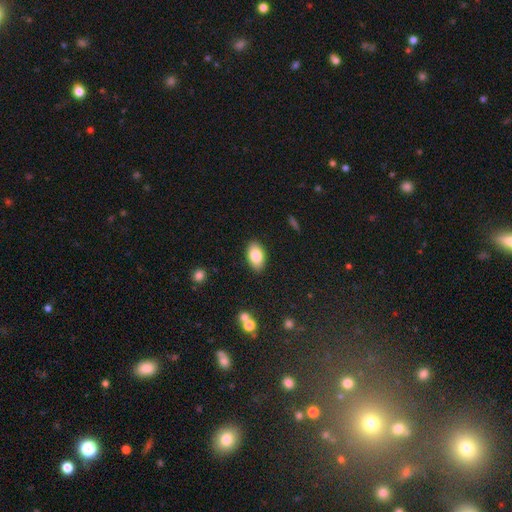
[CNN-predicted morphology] Smooth or featured? Predicted: smooth (p=0.83). How rounded? Predicted: in between (p=0.93). Merging? Predicted: none (p=0.88).